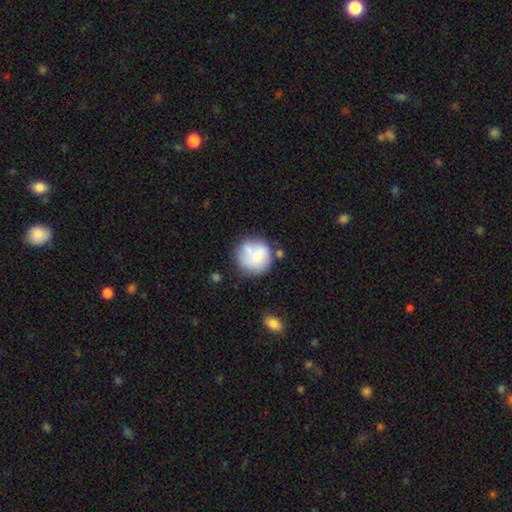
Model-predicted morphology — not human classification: smooth_or_featured: smooth (p=0.65) [alt: featured or disk p=0.27]
how_rounded: round (p=0.88) [alt: in between p=0.11]
merging: none (p=0.53) [alt: minor disturbance p=0.20]